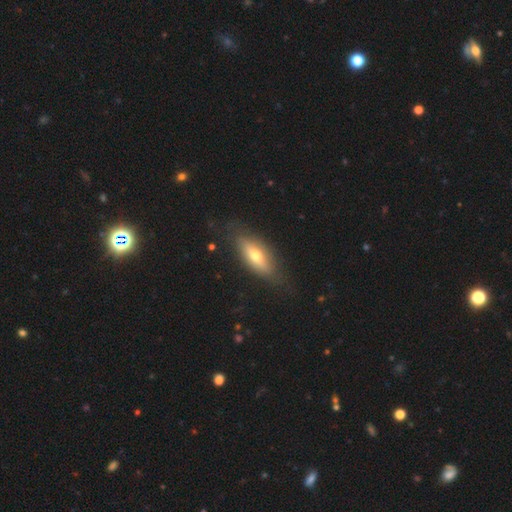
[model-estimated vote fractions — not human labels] This is possibly a smooth galaxy (56%). How rounded: likely in between (69%). Merging: likely none (77%).